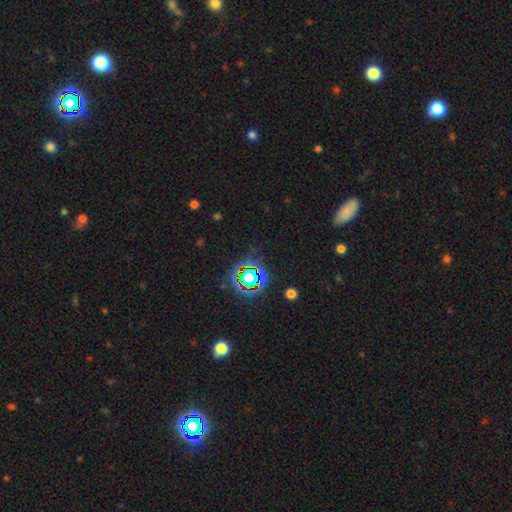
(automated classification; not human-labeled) A star or artifact, not a galaxy (70%).

Vote fractions:
- Smooth or featured? star or artifact: 70% / smooth: 20% / featured or disk: 9%